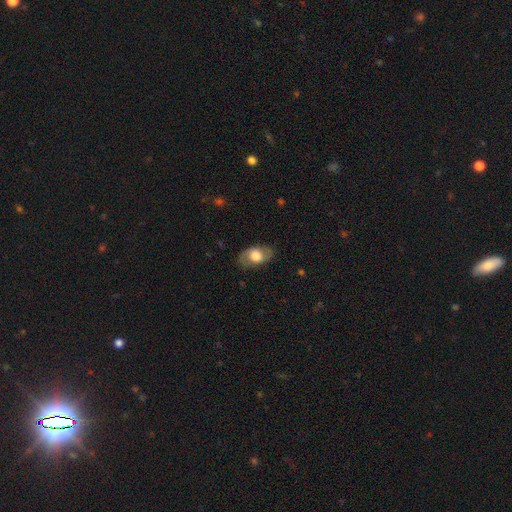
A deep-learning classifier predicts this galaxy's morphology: This is possibly a smooth galaxy (52%). How rounded: clearly in between (86%). Merging: clearly none (81%).